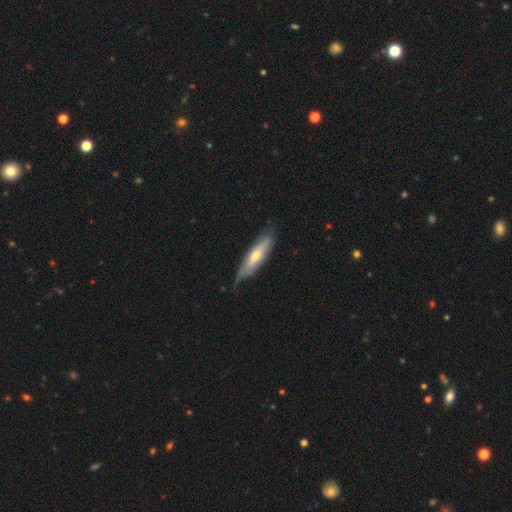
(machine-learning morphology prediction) Q: Smooth or featured?
A: featured or disk (53%); runner-up: smooth (42%)
Q: Edge-on disk?
A: yes (65%); runner-up: no (35%)
Q: Merging?
A: none (59%); runner-up: minor disturbance (31%)